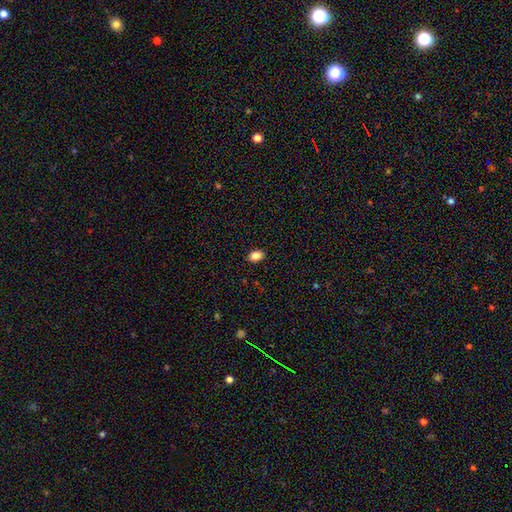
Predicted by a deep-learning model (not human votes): smooth_or_featured: smooth (p=0.86) [alt: star or artifact p=0.09]
how_rounded: in between (p=0.78) [alt: round p=0.21]
merging: none (p=0.89) [alt: minor disturbance p=0.08]